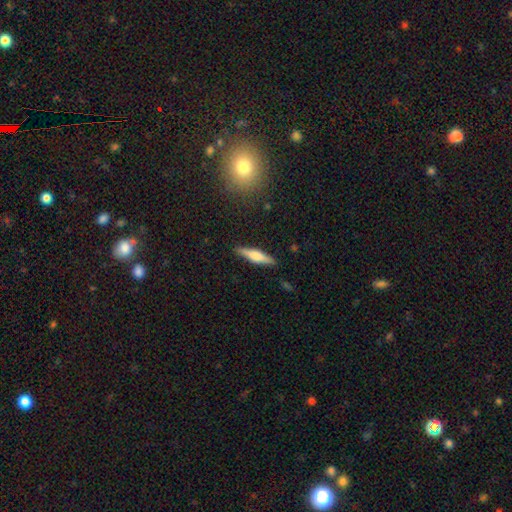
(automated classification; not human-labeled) Smooth or featured? Predicted: smooth (p=0.49). Merging? Predicted: none (p=0.88).